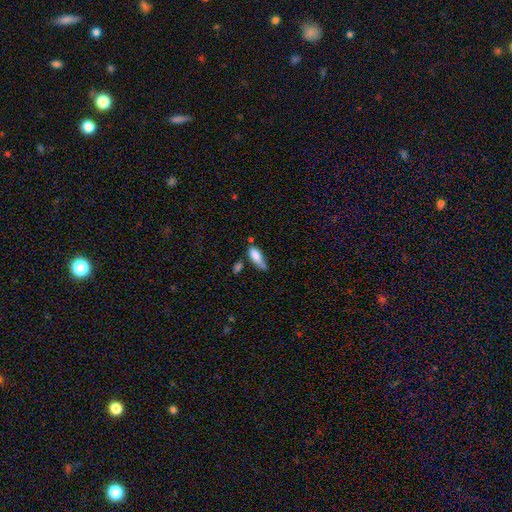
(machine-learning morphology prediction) Smooth or featured?
  - smooth: 78% *
  - featured or disk: 15%
  - star or artifact: 8%
How rounded?
  - in between: 71% *
  - cigar-shaped: 26%
  - round: 3%
Merging?
  - minor disturbance: 35% *
  - none: 31%
  - major disturbance: 18%
  - merger: 16%